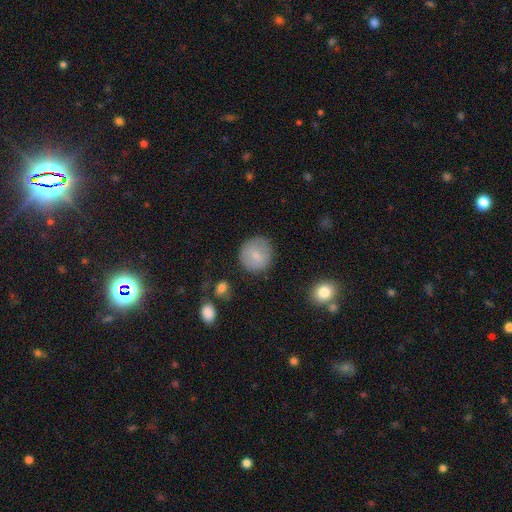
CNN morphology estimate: Smooth or featured? Predicted: smooth (p=0.77). How rounded? Predicted: round (p=0.91). Merging? Predicted: none (p=0.83).